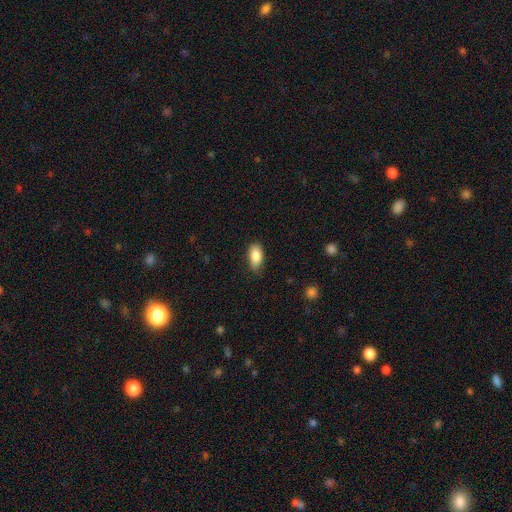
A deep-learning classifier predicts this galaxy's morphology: Smooth or featured? smooth (86%)
How rounded? in between (89%)
Merging? none (79%)